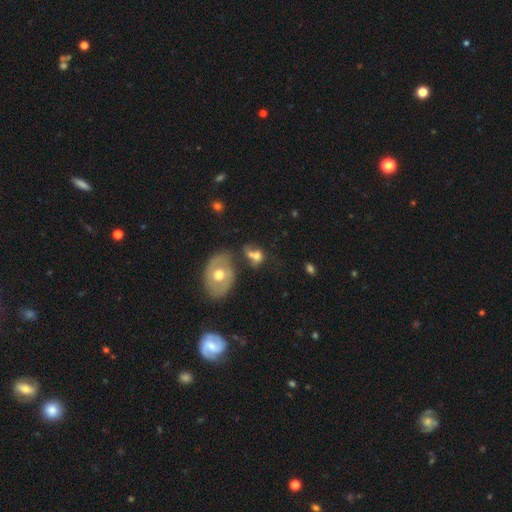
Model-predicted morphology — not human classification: Smooth or featured?
  - smooth: 64% *
  - featured or disk: 23%
  - star or artifact: 13%
How rounded?
  - in between: 54% *
  - round: 44%
  - cigar-shaped: 2%
Merging?
  - merger: 40% *
  - none: 35%
  - minor disturbance: 15%
  - major disturbance: 10%